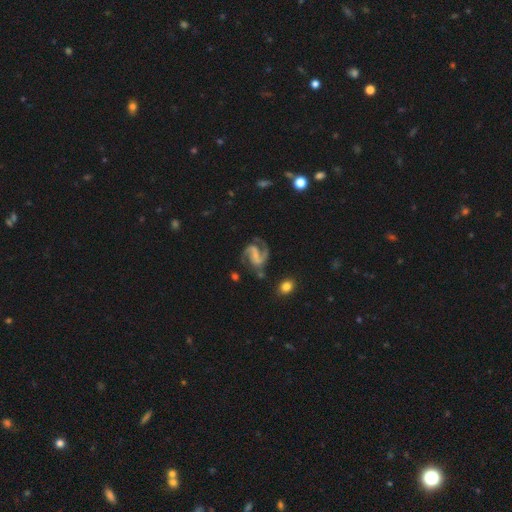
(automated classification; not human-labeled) This is clearly a featured or disk galaxy (90%). It is clearly not viewed edge-on (98%). Bar: marginally strong (39%, tied with weak). Spiral arm pattern: clearly yes (97%). Spiral arm count: clearly 2 (91%). Spiral winding: possibly medium (58%). Central bulge: possibly none (55%). Merging: likely none (66%).